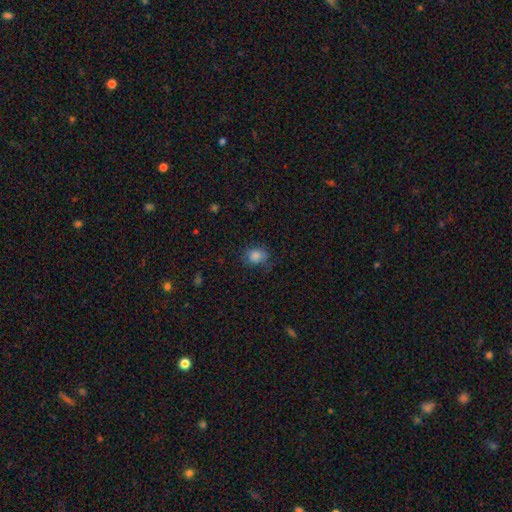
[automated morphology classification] The model was most divided on "how rounded": round: 56%, in between: 43%, cigar-shaped: 1%. More confident: smooth or featured — smooth (83%); merging — none (69%).